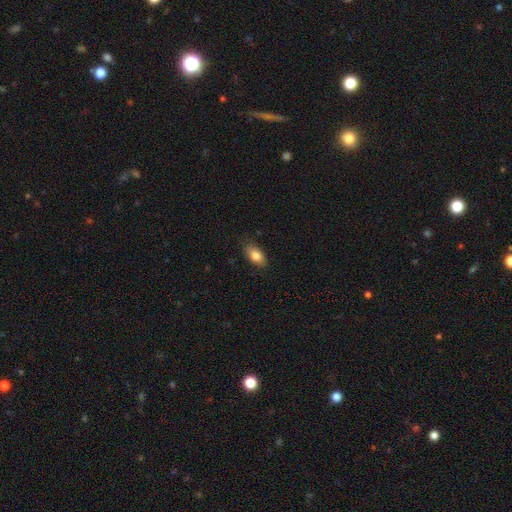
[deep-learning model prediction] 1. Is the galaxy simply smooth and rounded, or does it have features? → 82% smooth, 10% featured or disk, 8% star or artifact.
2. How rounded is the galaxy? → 90% in between, 7% round, 4% cigar-shaped.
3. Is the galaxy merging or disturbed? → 83% none, 13% minor disturbance, 3% major disturbance, 1% merger.